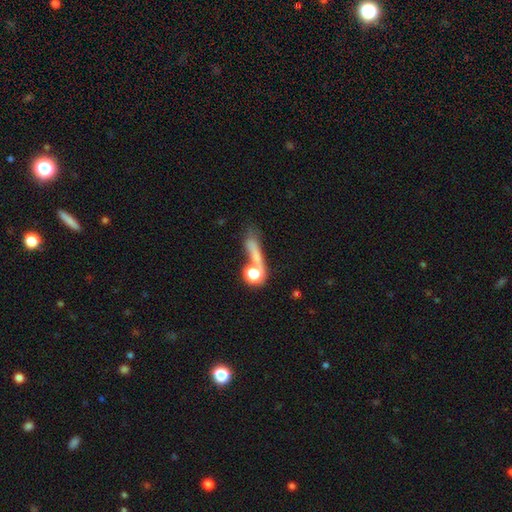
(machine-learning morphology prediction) The model was most divided on "how rounded": cigar-shaped: 38%, in between: 31%, round: 31%. Remaining: smooth or featured — smooth (60%); merging — none (36%).